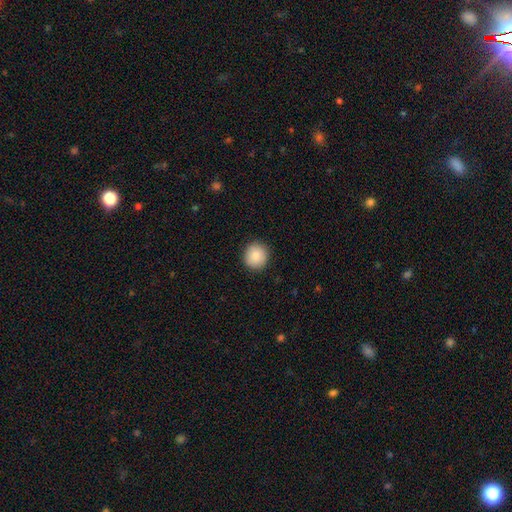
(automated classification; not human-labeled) Smooth or featured?
  - smooth: 86% *
  - star or artifact: 8%
  - featured or disk: 6%
How rounded?
  - round: 91% *
  - in between: 8%
  - cigar-shaped: 1%
Merging?
  - none: 91% *
  - minor disturbance: 6%
  - major disturbance: 2%
  - merger: 1%